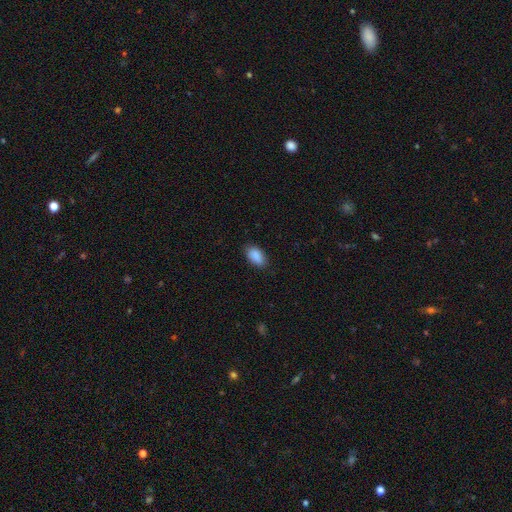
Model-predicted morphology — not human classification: smooth 90%, star or artifact 7%, featured or disk 4%. Down the decision tree: how rounded — in between (93%); merging — none (84%).